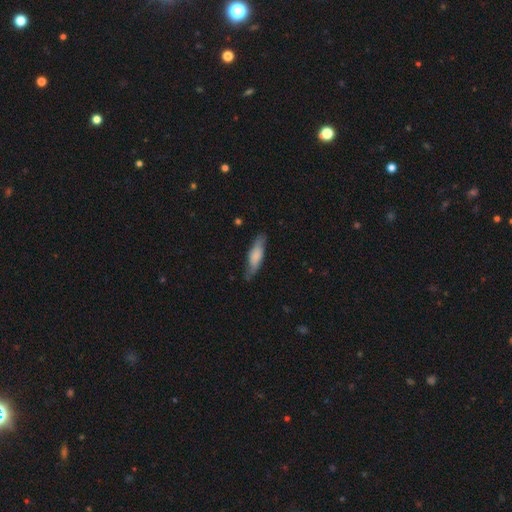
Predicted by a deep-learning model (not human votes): Q: Smooth or featured?
A: smooth (73%); runner-up: featured or disk (22%)
Q: How rounded?
A: cigar-shaped (58%); runner-up: in between (41%)
Q: Merging?
A: none (73%); runner-up: minor disturbance (21%)